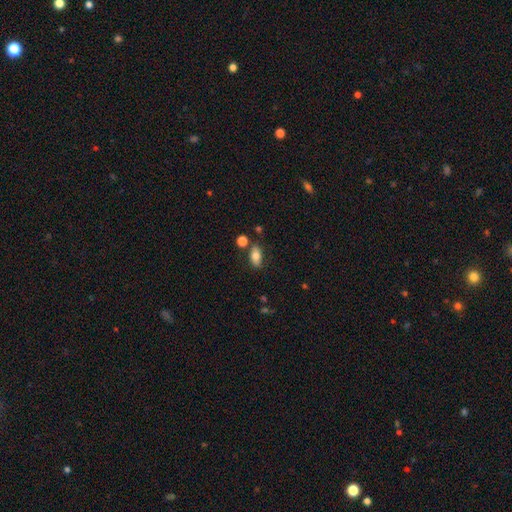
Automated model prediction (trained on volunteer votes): Morphology: type=smooth (76%); roundness=in between (88%); merging=none (72%).